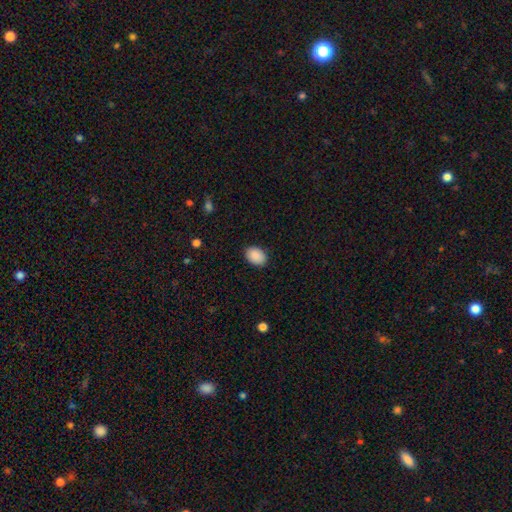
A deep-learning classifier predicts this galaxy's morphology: Smooth or featured? smooth (90%)
How rounded? in between (77%)
Merging? none (88%)